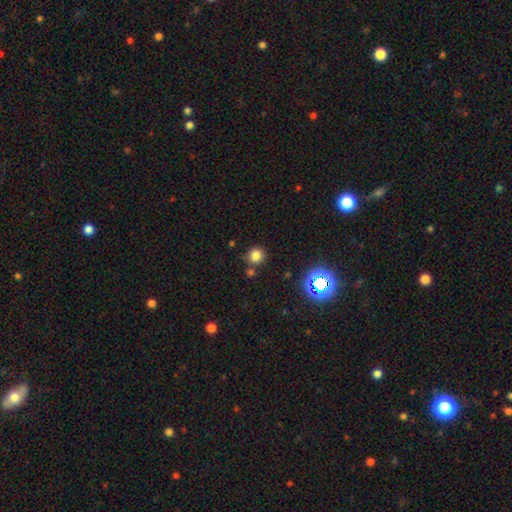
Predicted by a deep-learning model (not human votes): This is likely a smooth galaxy (77%). How rounded: clearly round (90%). Merging: likely none (76%).